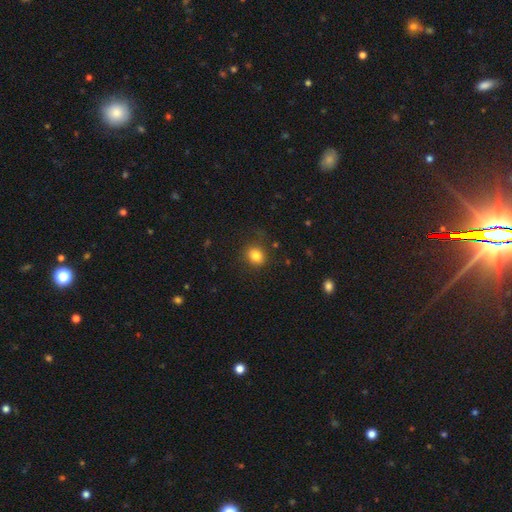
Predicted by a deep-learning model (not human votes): Morphology: type=smooth (83%); roundness=round (66%); merging=none (79%).